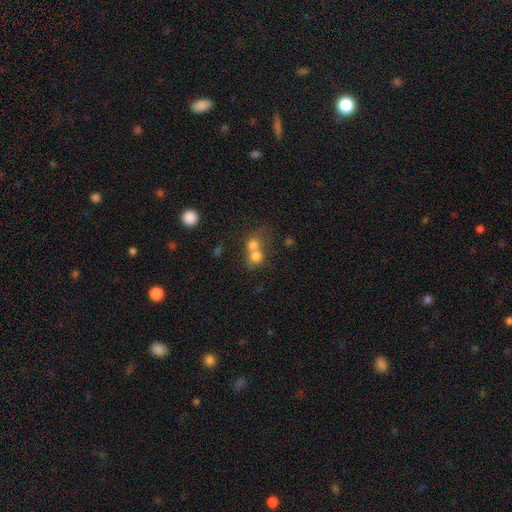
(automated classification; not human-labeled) Smooth or featured? smooth (73%)
How rounded? round (77%)
Merging? merger (66%)